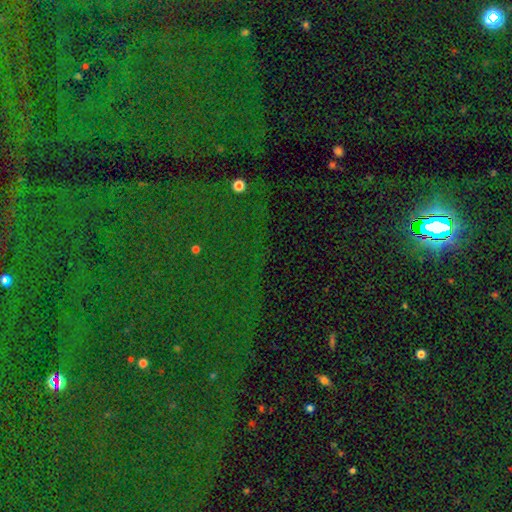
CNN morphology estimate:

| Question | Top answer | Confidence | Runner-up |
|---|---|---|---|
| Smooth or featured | star or artifact | 86% | smooth (7%) |